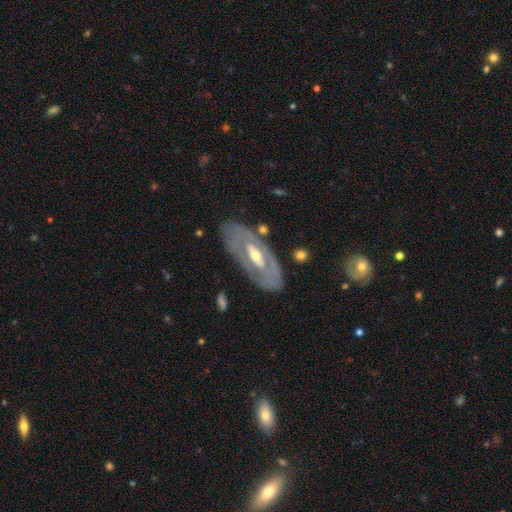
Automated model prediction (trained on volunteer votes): Smooth or featured: featured or disk — 74% (smooth — 21%)
Edge-on disk: no — 84% (yes — 16%)
Bar: no — 42% (weak — 31%)
Spiral arms: no — 64% (yes — 36%)
Bulge size: moderate — 64% (small — 28%)
Merging: none — 78% (minor disturbance — 14%)